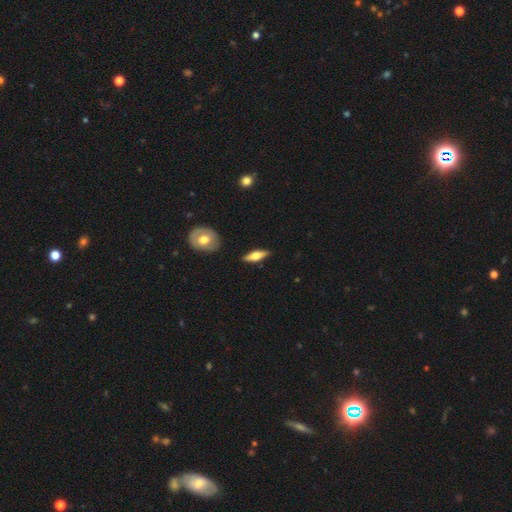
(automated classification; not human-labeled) This is possibly a featured or disk galaxy (50%). Merging: clearly none (87%).